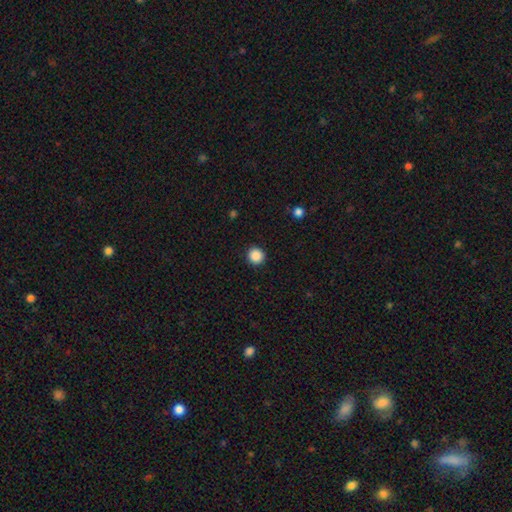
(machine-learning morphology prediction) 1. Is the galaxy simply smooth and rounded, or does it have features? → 88% smooth, 10% star or artifact, 2% featured or disk.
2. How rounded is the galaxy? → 94% round, 5% in between, 1% cigar-shaped.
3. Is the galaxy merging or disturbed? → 92% none, 5% minor disturbance, 2% major disturbance, 1% merger.